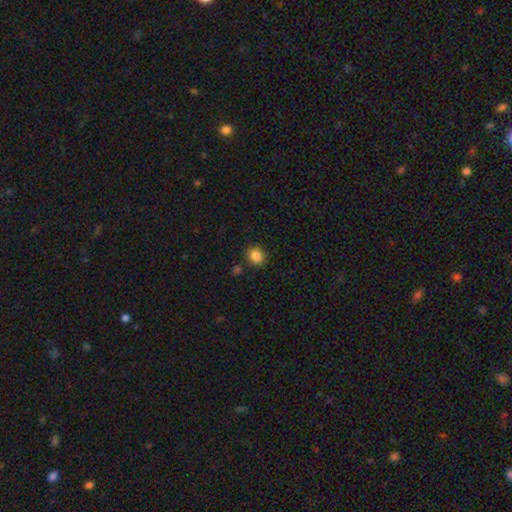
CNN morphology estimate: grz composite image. It shows a smooth galaxy with no disk features (86%) that is round (73%). Merging: none (85%).